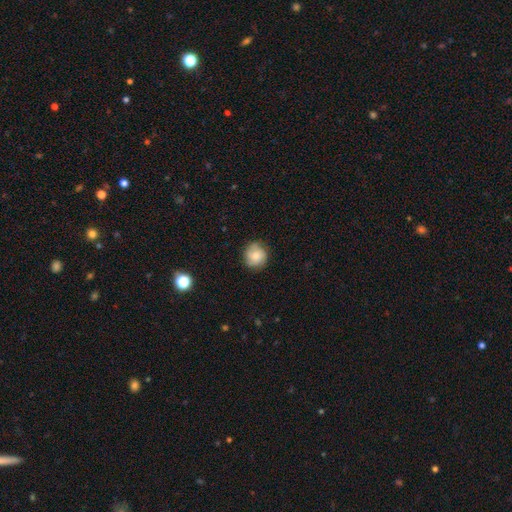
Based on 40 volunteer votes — Smooth or featured? smooth (75%)
How rounded? round (83%)
Merging? none (70%)